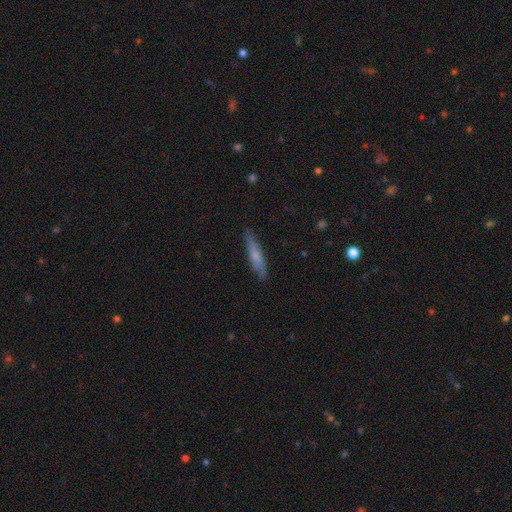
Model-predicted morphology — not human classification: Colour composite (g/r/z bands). It shows a smooth galaxy with no disk features (63%) that is cigar-shaped (87%). Merging: none (86%).